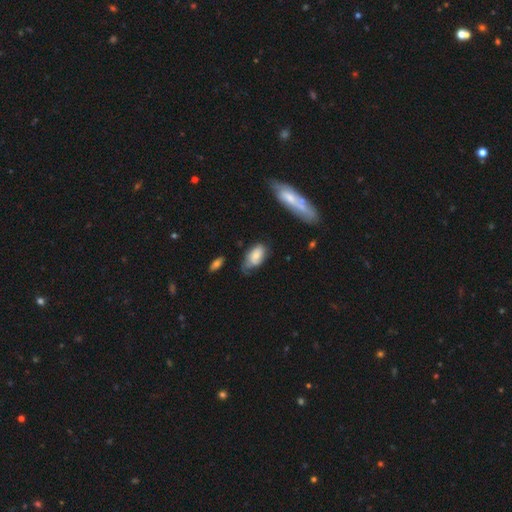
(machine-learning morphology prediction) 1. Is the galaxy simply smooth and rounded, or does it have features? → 64% smooth, 29% featured or disk, 8% star or artifact.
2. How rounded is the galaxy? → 91% in between, 6% round, 4% cigar-shaped.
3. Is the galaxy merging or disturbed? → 44% none, 37% minor disturbance, 15% major disturbance, 4% merger.